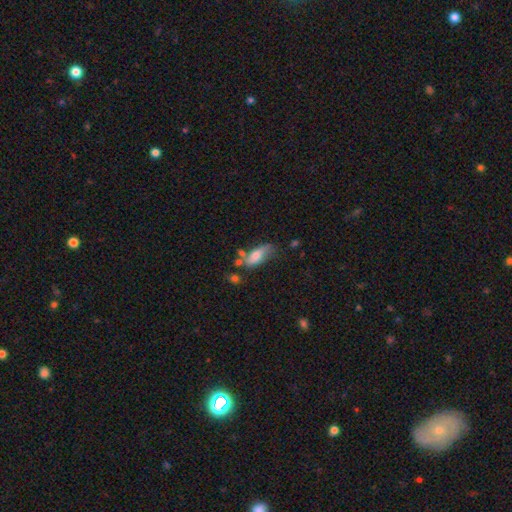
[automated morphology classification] smooth_or_featured: smooth (p=0.65) [alt: featured or disk p=0.27]
how_rounded: in between (p=0.74) [alt: cigar-shaped p=0.23]
merging: none (p=0.42) [alt: minor disturbance p=0.28]